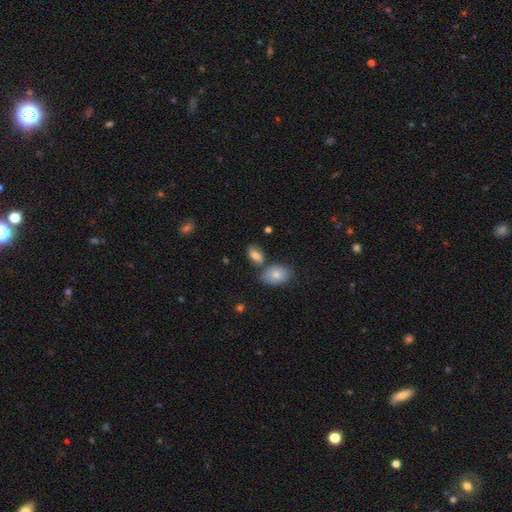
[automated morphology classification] This appears to be a smooth galaxy with no disk features (72%) that is in between round and cigar-shaped (87%). Merging: none (51%).